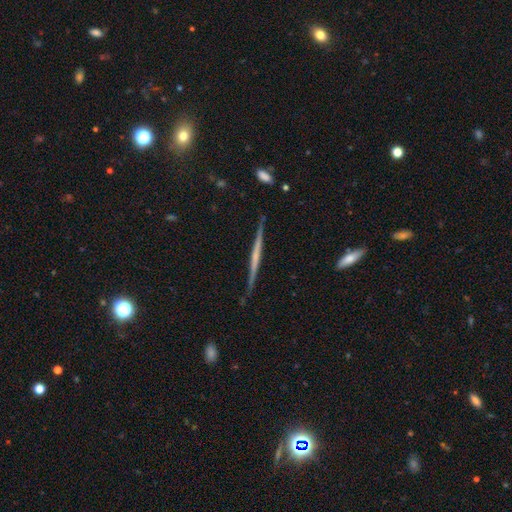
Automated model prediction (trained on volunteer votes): featured or disk 71%, smooth 23%, star or artifact 7%. Down the decision tree: edge-on disk — yes (98%); edge-on bulge — none (61%); merging — none (86%).